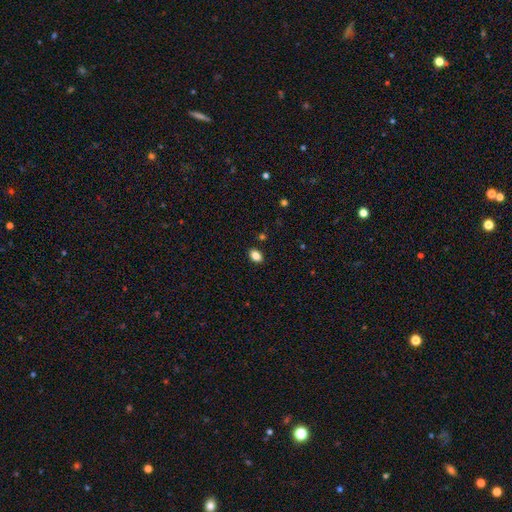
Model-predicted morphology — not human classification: smooth 86%, star or artifact 10%, featured or disk 5%. Down the decision tree: how rounded — in between (82%); merging — none (89%).